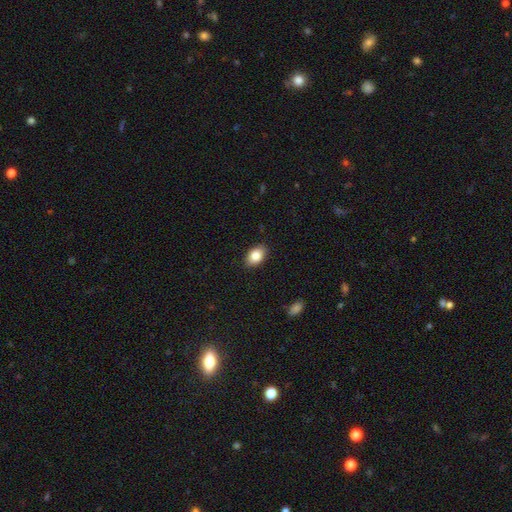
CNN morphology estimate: type=smooth (85%); roundness=in between (86%); merging=none (88%).